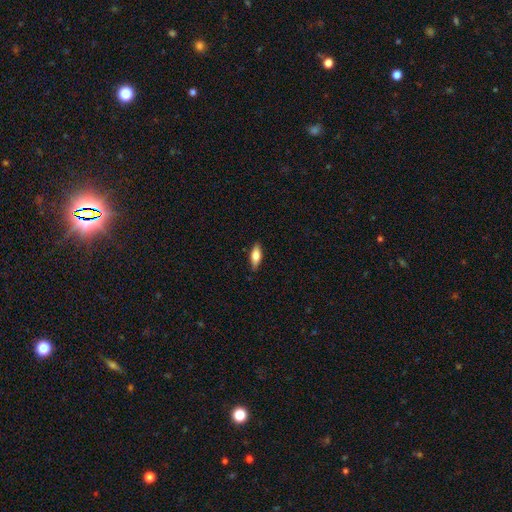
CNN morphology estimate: Smooth or featured? Predicted: smooth (p=0.75). How rounded? Predicted: in between (p=0.69). Merging? Predicted: none (p=0.84).